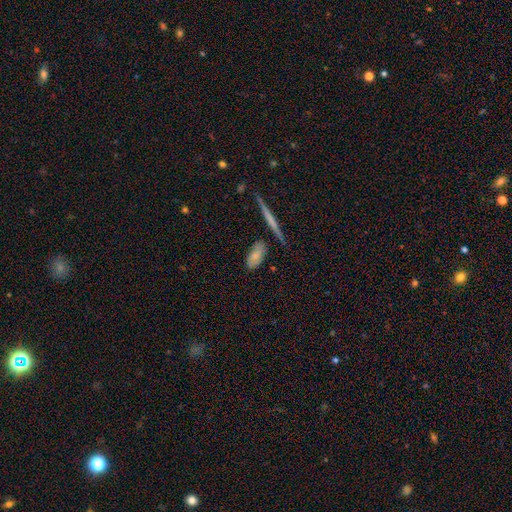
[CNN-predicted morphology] Q: Smooth or featured?
A: smooth (73%); runner-up: featured or disk (20%)
Q: How rounded?
A: in between (83%); runner-up: cigar-shaped (14%)
Q: Merging?
A: none (64%); runner-up: minor disturbance (23%)